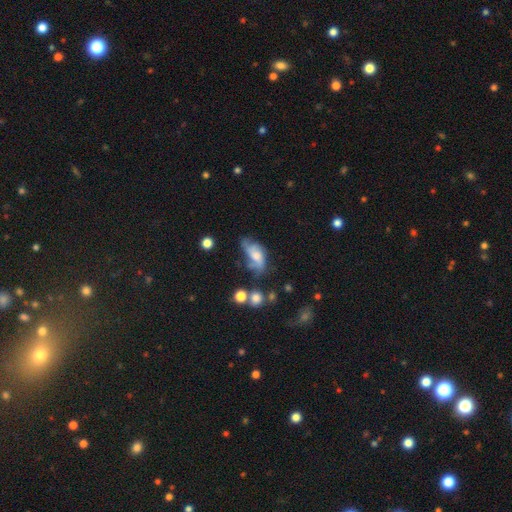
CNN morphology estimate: Overall: featured or disk (47%; smooth 43%). Merging: none (32%; minor disturbance 30%).